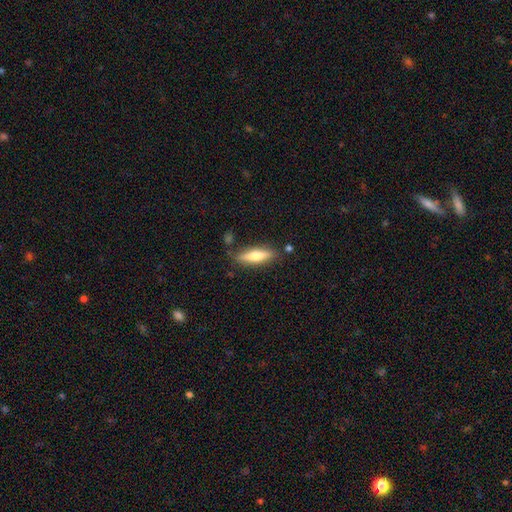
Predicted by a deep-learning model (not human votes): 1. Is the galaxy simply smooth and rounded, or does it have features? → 58% smooth, 36% featured or disk, 6% star or artifact.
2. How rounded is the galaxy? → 64% cigar-shaped, 34% in between, 2% round.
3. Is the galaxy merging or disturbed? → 79% none, 13% minor disturbance, 4% merger, 3% major disturbance.